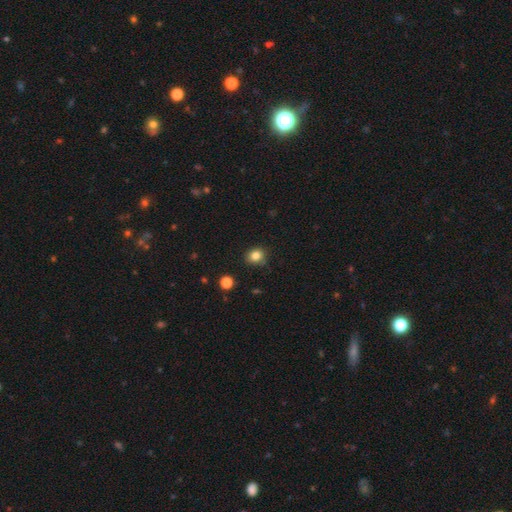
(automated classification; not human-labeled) A smooth galaxy with no disk features (82%) that is round (76%).

Vote fractions:
- Smooth or featured? smooth: 82% / star or artifact: 12% / featured or disk: 5%
- How rounded? round: 76% / in between: 23% / cigar-shaped: 1%
- Merging? none: 84% / minor disturbance: 12% / major disturbance: 2% / merger: 2%